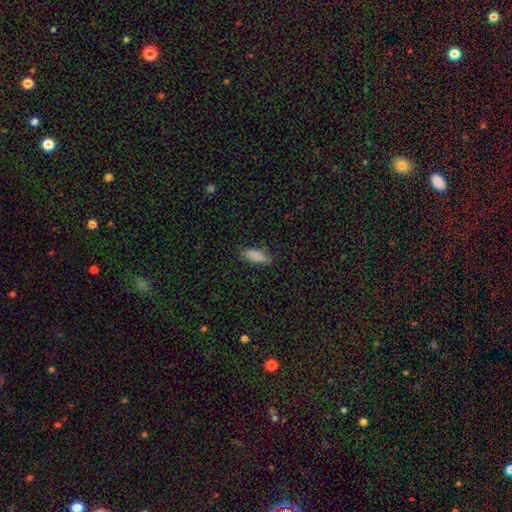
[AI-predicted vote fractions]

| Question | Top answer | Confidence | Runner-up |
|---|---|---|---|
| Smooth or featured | smooth | 88% | star or artifact (7%) |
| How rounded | in between | 73% | cigar-shaped (25%) |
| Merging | none | 84% | minor disturbance (12%) |